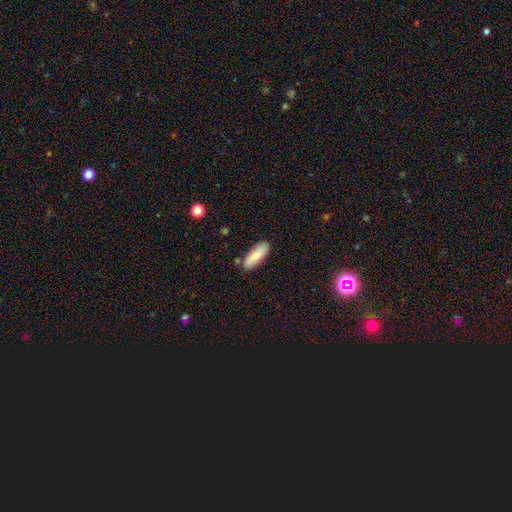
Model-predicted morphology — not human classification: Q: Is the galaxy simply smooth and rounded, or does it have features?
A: smooth — 81%.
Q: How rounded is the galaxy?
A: in between — 62%.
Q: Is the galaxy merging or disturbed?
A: none — 85%.